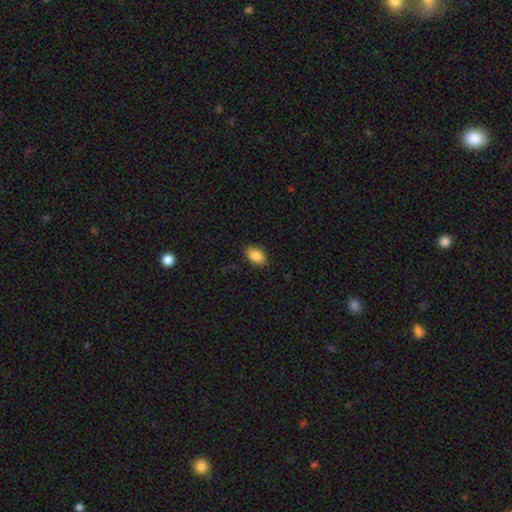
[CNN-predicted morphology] smooth-or-featured: smooth: 88% | star or artifact: 7% | featured or disk: 5%
  how-rounded: in between: 90% | round: 8% | cigar-shaped: 2%
  merging: none: 85% | minor disturbance: 12% | major disturbance: 2% | merger: 1%